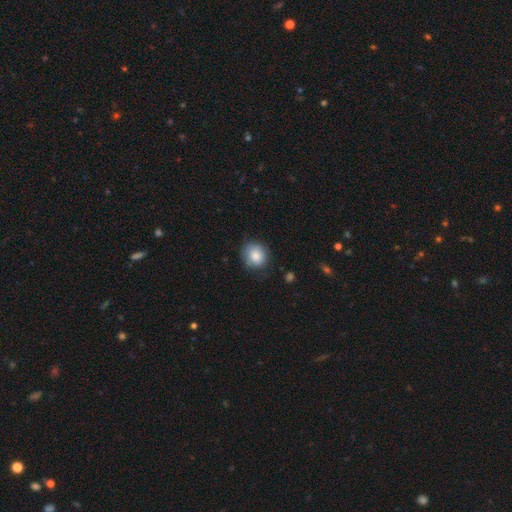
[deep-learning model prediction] This is clearly a smooth galaxy (82%). How rounded: clearly round (83%). Merging: likely none (76%).